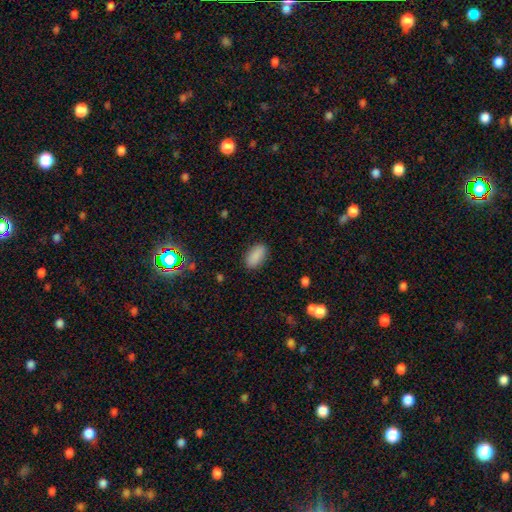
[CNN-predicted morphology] Smooth or featured: smooth — 88% (star or artifact — 8%)
How rounded: in between — 91% (cigar-shaped — 5%)
Merging: none — 87% (minor disturbance — 9%)